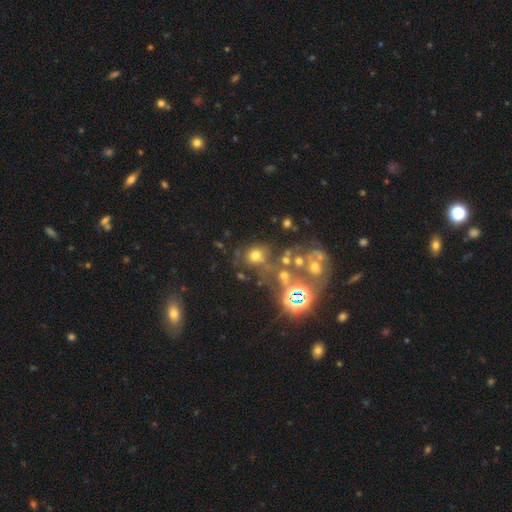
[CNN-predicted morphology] This is possibly a smooth galaxy (58%). How rounded: likely round (75%). Merging: possibly none (52%).